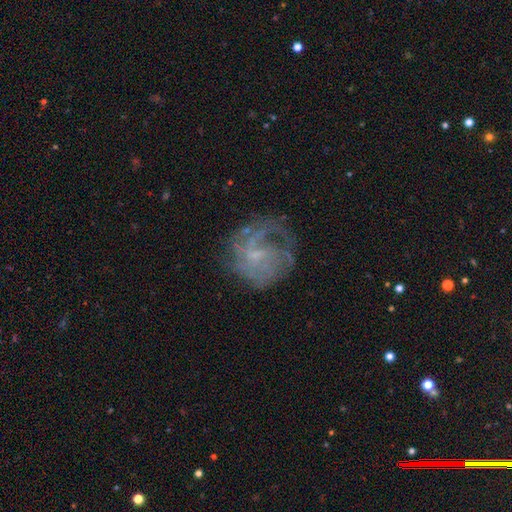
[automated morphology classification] A featured or disk galaxy (70%) with no bar (54%), medium (38%, tied with tight) spiral arms (77%) and a small central bulge (55%). Merging: none (59%).